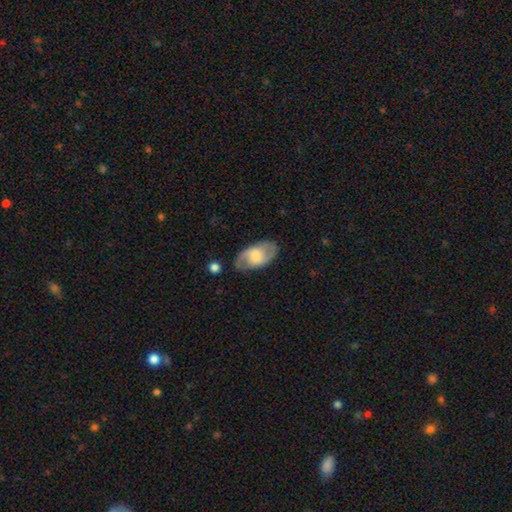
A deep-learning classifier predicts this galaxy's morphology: A featured or disk galaxy (62%) with no bar (50%), spiral arms (84%) and a moderate central bulge (49%). Merging: none (80%).